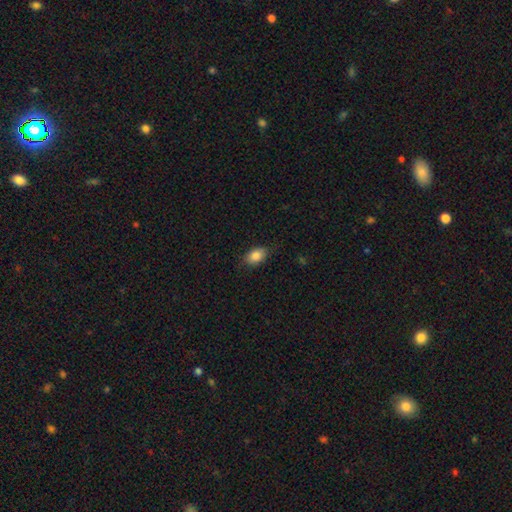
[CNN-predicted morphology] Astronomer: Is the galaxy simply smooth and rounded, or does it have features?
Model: smooth — 85%.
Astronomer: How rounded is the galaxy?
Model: in between — 86%.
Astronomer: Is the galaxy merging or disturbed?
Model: none — 83%.